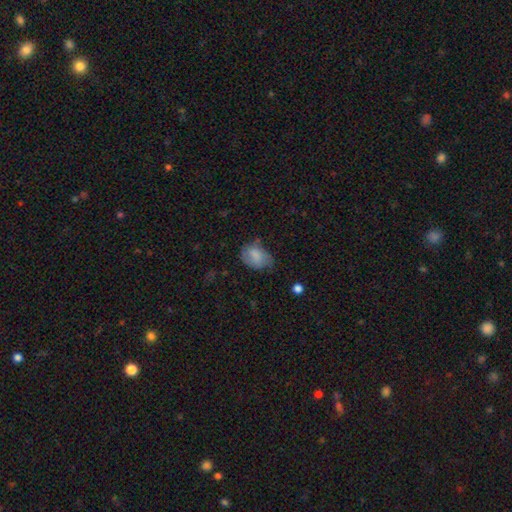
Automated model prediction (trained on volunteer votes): smooth_or_featured: smooth (p=0.74) [alt: featured or disk p=0.17]
how_rounded: in between (p=0.75) [alt: round p=0.23]
merging: none (p=0.46) [alt: minor disturbance p=0.37]